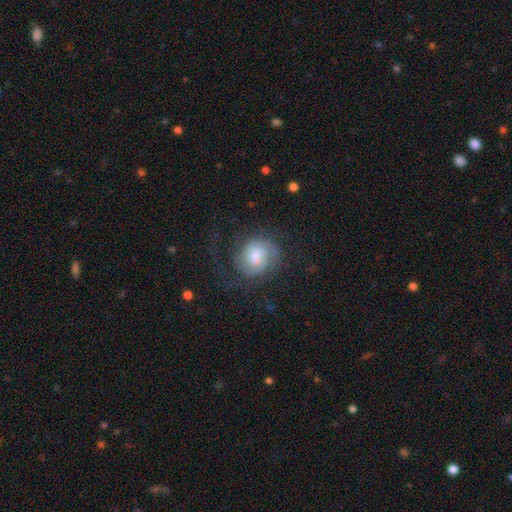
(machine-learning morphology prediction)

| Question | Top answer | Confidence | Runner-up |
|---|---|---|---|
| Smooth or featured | featured or disk | 64% | smooth (28%) |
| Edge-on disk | no | 98% | yes (2%) |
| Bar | no | 57% | weak (36%) |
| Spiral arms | yes | 90% | no (10%) |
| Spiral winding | tight | 43% | medium (38%) |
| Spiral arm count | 2 | 54% | can't tell (20%) |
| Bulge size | moderate | 46% | small (32%) |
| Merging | none | 61% | major disturbance (21%) |